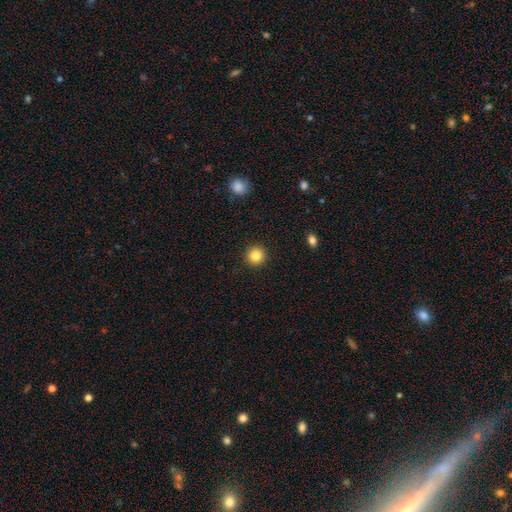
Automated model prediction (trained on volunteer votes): Smooth or featured: smooth — 84% (star or artifact — 10%)
How rounded: round — 94% (in between — 5%)
Merging: none — 93% (minor disturbance — 5%)